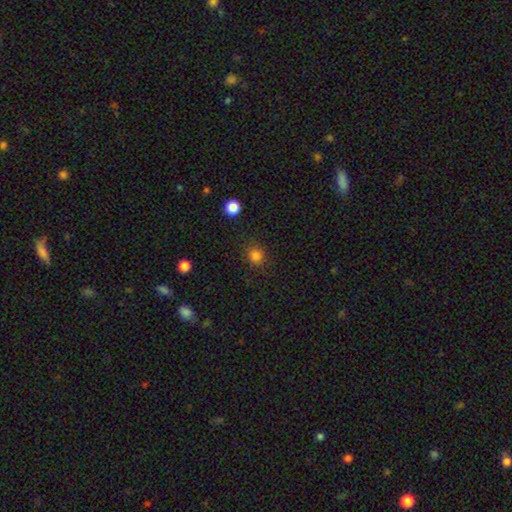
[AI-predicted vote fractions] Smooth or featured? Predicted: smooth (p=0.83). How rounded? Predicted: round (p=0.87). Merging? Predicted: none (p=0.87).